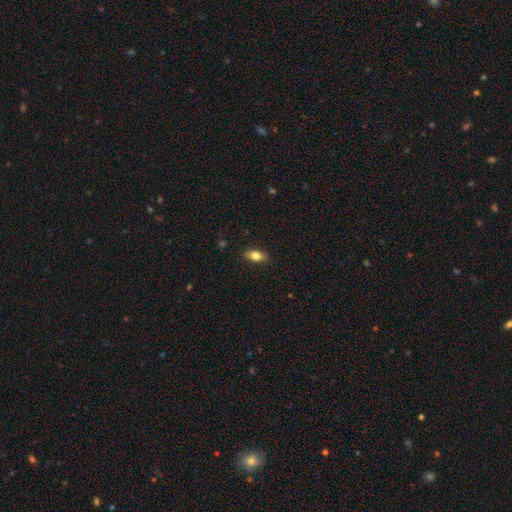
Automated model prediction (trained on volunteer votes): This appears to be a smooth galaxy with no disk features (78%) that is in between round and cigar-shaped (84%). Merging: none (88%).